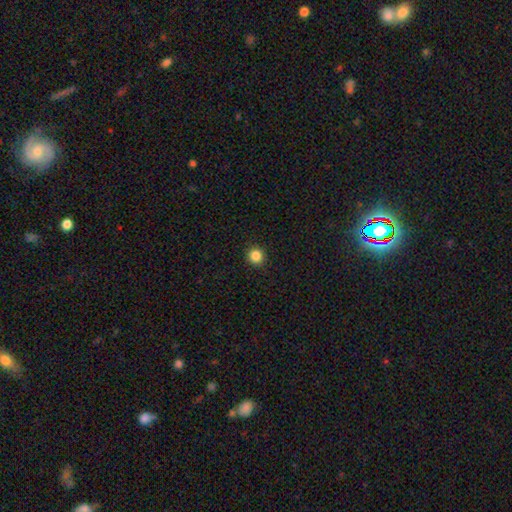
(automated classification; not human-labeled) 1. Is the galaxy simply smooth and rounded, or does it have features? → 85% smooth, 12% star or artifact, 3% featured or disk.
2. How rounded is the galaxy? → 94% round, 5% in between, 1% cigar-shaped.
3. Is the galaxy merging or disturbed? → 93% none, 4% minor disturbance, 2% major disturbance, 1% merger.